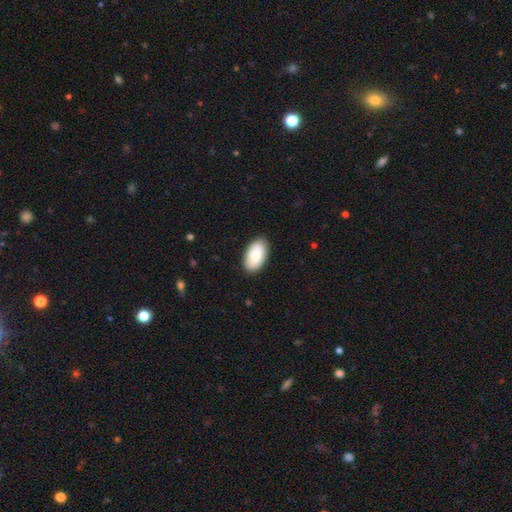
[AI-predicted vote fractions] A smooth galaxy with no disk features (83%) that is in between round and cigar-shaped (95%).

Vote fractions:
- Smooth or featured? smooth: 83% / featured or disk: 12% / star or artifact: 6%
- How rounded? in between: 95% / round: 3% / cigar-shaped: 2%
- Merging? none: 87% / minor disturbance: 10% / major disturbance: 2% / merger: 1%